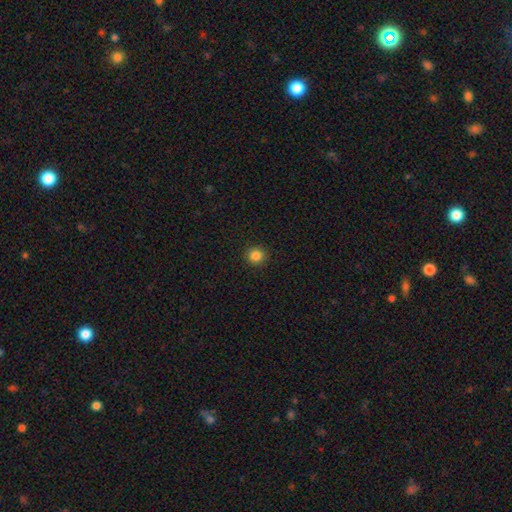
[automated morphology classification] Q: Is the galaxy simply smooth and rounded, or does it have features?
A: smooth — 85%.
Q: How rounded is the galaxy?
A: round — 92%.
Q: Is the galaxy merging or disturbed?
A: none — 92%.